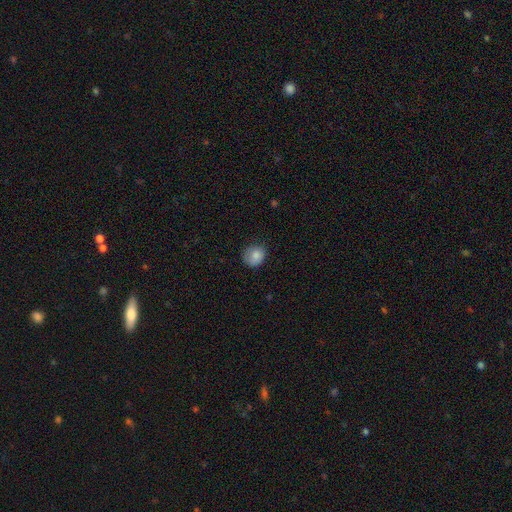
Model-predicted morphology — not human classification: smooth_or_featured: smooth (p=0.83) [alt: star or artifact p=0.09]
how_rounded: round (p=0.74) [alt: in between p=0.25]
merging: none (p=0.71) [alt: minor disturbance p=0.23]